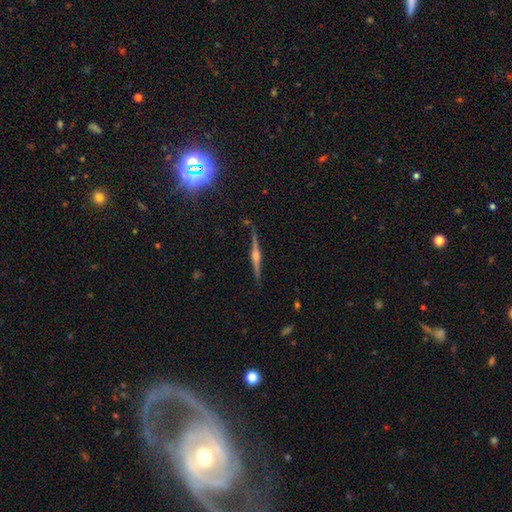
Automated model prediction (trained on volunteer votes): Morphology: type=featured or disk (84%); edge-on=yes (98%); edge-on bulge=rounded (91%); merging=none (90%).